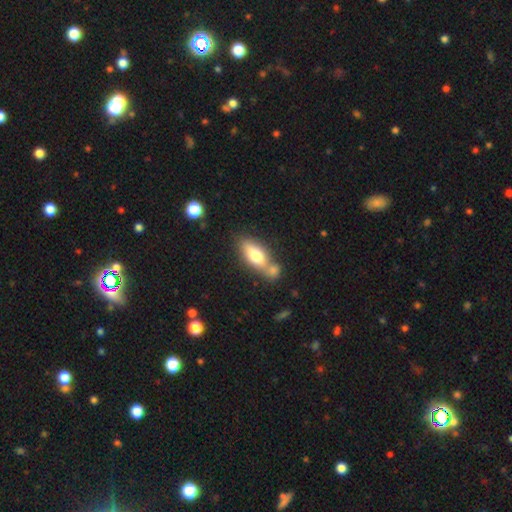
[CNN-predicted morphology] A smooth galaxy with no disk features (69%) that is in between round and cigar-shaped (75%).

Vote fractions:
- Smooth or featured? smooth: 69% / featured or disk: 24% / star or artifact: 7%
- How rounded? in between: 75% / cigar-shaped: 21% / round: 4%
- Merging? none: 48% / merger: 34% / minor disturbance: 13% / major disturbance: 4%